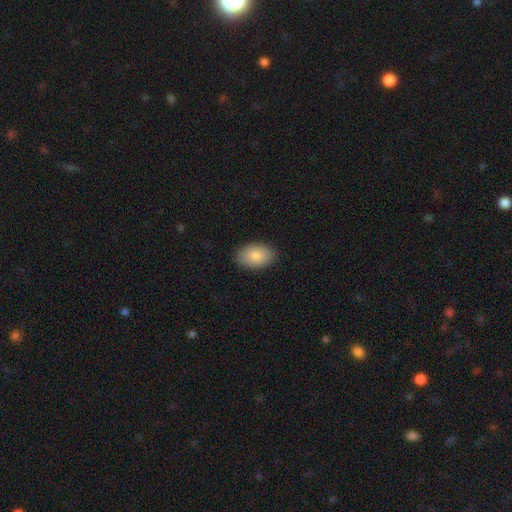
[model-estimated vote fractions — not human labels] smooth 85%, featured or disk 9%, star or artifact 6%. Down the decision tree: how rounded — in between (91%); merging — none (88%).